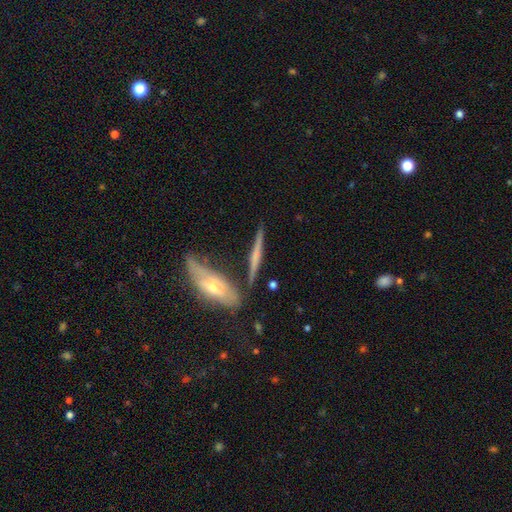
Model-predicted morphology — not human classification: Smooth or featured: featured or disk — 62% (smooth — 31%)
Edge-on disk: yes — 95% (no — 5%)
Edge-on bulge: rounded — 49% (none — 36%)
Merging: none — 77% (minor disturbance — 12%)